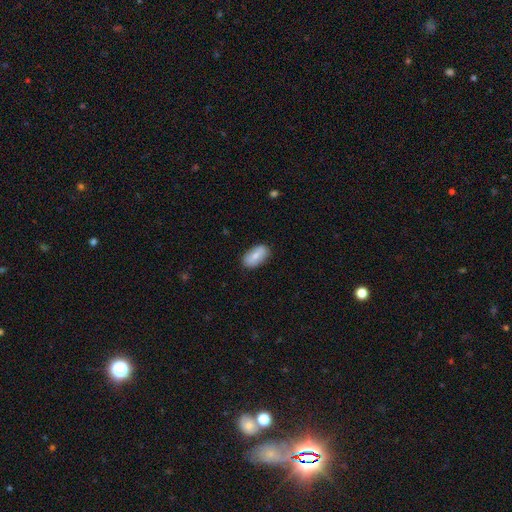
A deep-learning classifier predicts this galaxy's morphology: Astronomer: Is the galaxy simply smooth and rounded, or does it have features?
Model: smooth — 70%.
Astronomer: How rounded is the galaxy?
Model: in between — 93%.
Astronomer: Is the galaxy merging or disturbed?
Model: none — 85%.